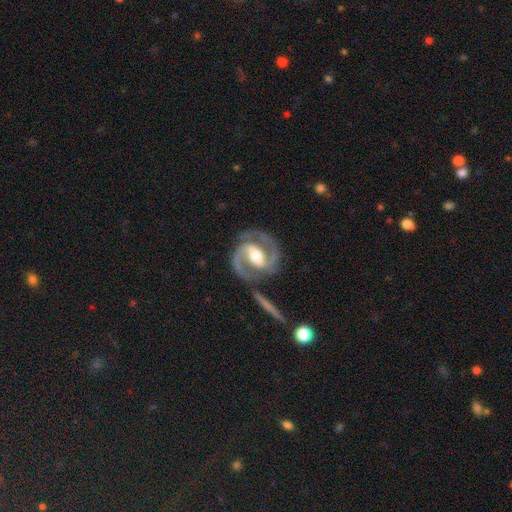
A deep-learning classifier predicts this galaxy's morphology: Smooth or featured?
  - featured or disk: 93% *
  - star or artifact: 4%
  - smooth: 4%
Edge-on disk?
  - no: 98% *
  - yes: 2%
Bar?
  - strong: 52% *
  - weak: 34%
  - no: 14%
Spiral arms?
  - yes: 98% *
  - no: 2%
Spiral winding?
  - medium: 61% *
  - tight: 31%
  - loose: 8%
Spiral arm count?
  - 2: 93% *
  - 3: 2%
  - can't tell: 1%
  - 1: 1%
  - 4: 1%
  - more than 4: 1%
Bulge size?
  - moderate: 70% *
  - small: 17%
  - large: 10%
  - none: 1%
  - dominant: 1%
Merging?
  - none: 80% *
  - minor disturbance: 11%
  - merger: 5%
  - major disturbance: 4%